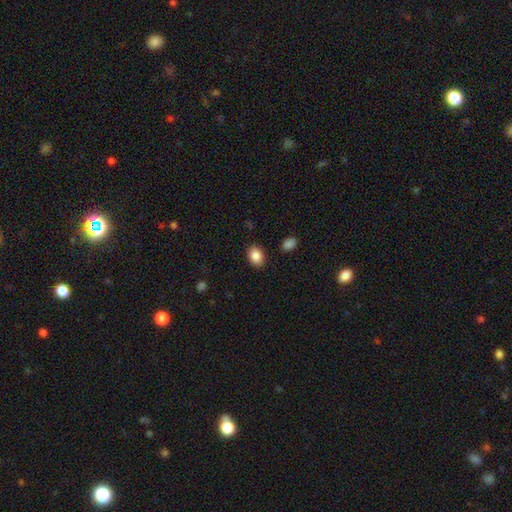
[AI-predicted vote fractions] This appears to be a smooth galaxy with no disk features (87%) that is in between round and cigar-shaped (71%). Merging: none (87%).